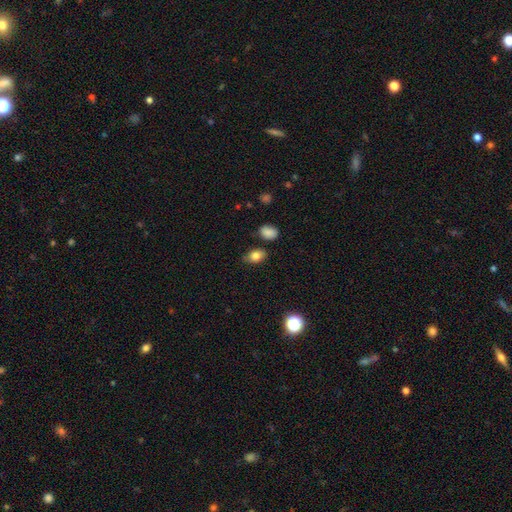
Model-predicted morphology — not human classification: A smooth galaxy with no disk features (83%) that is in between round and cigar-shaped (80%). Merging: none (78%).